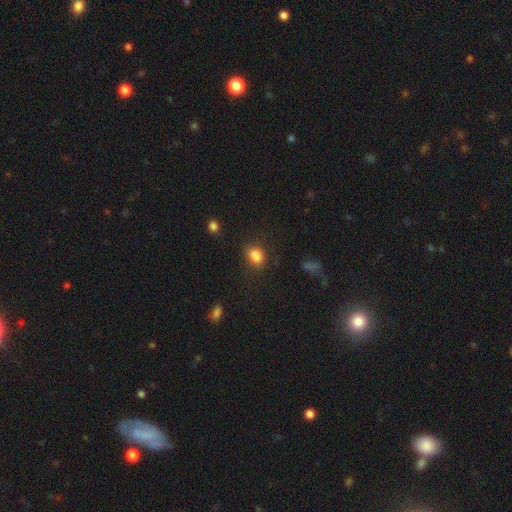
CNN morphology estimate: smooth-or-featured: smooth: 85% | star or artifact: 11% | featured or disk: 5%
  how-rounded: in between: 65% | round: 33% | cigar-shaped: 2%
  merging: none: 71% | minor disturbance: 18% | major disturbance: 7% | merger: 4%